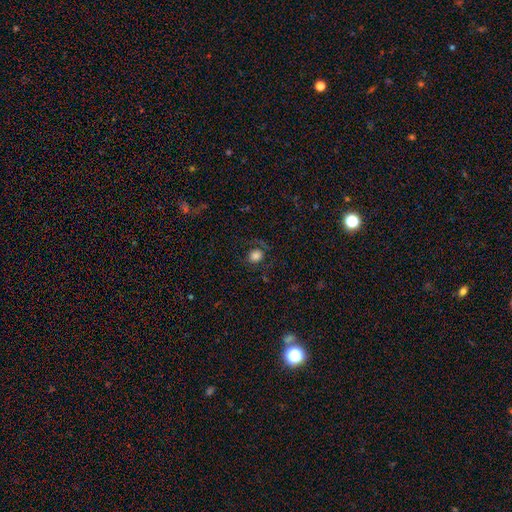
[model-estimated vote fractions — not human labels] A smooth galaxy with no disk features (74%) that is round (68%).

Vote fractions:
- Smooth or featured? smooth: 74% / star or artifact: 14% / featured or disk: 12%
- How rounded? round: 68% / in between: 31% / cigar-shaped: 1%
- Merging? none: 73% / minor disturbance: 14% / major disturbance: 11% / merger: 2%